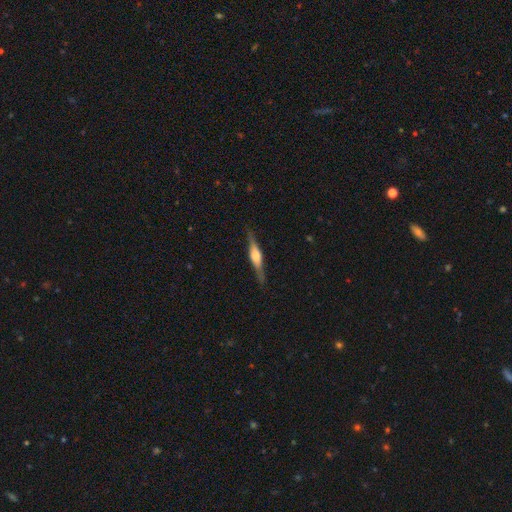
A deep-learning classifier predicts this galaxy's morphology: Smooth or featured? Predicted: featured or disk (p=0.73). Edge-on disk? Predicted: yes (p=0.97). Edge-on bulge? Predicted: rounded (p=0.73). Merging? Predicted: none (p=0.88).